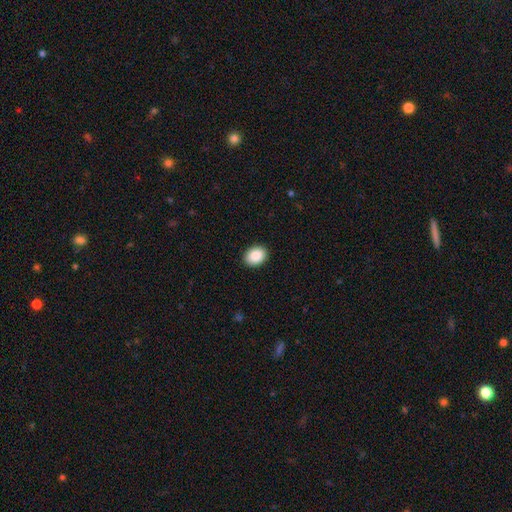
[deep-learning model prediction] The model was most divided on "how rounded": in between: 67%, round: 32%, cigar-shaped: 1%. More confident: merging — none (91%); smooth or featured — smooth (89%).